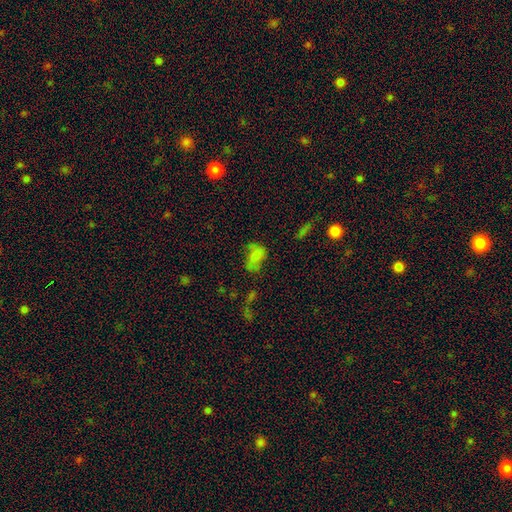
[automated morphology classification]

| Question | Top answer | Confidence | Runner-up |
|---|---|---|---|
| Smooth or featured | smooth | 66% | featured or disk (17%) |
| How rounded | in between | 86% | round (11%) |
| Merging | none | 36% | minor disturbance (26%) |